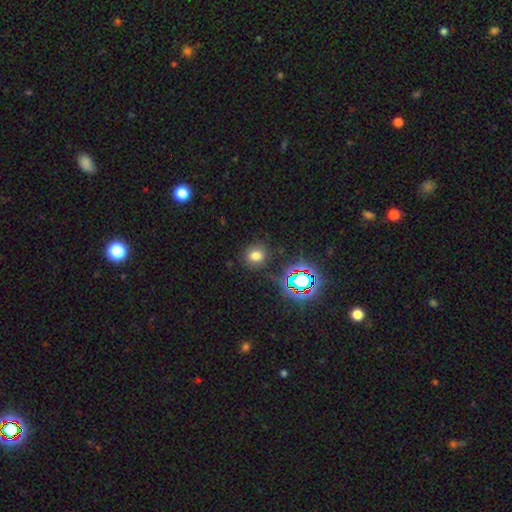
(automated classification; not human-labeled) This is likely a smooth galaxy (70%). How rounded: likely round (74%). Merging: clearly none (84%).